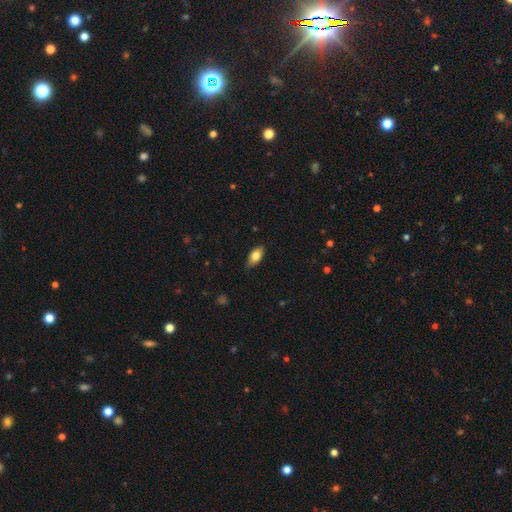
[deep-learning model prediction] Morphology: type=smooth (78%); roundness=in between (89%); merging=none (82%).